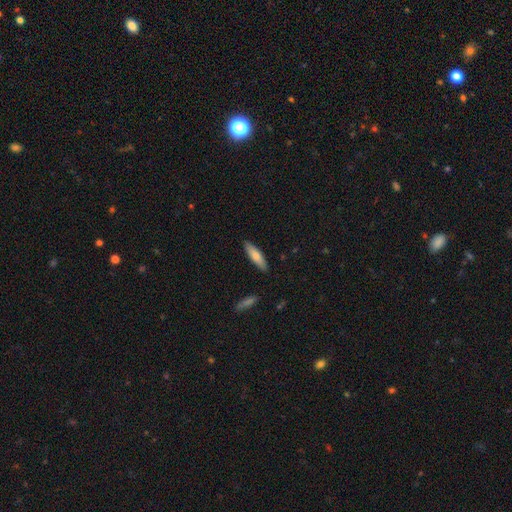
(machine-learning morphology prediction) A smooth galaxy with no disk features (74%) that is cigar-shaped (69%). Merging: none (88%).